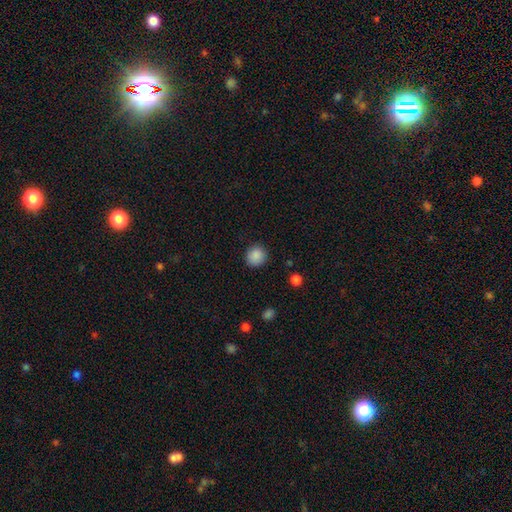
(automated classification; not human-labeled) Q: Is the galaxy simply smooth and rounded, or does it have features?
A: smooth — 88%.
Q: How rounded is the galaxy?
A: round — 90%.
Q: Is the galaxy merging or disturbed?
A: none — 90%.